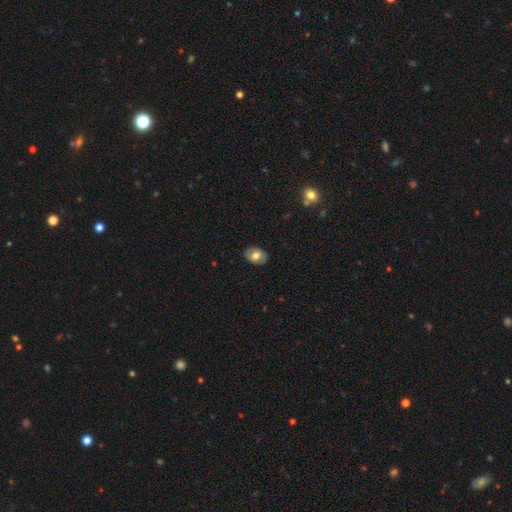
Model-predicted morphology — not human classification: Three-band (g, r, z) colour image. It shows a smooth galaxy with no disk features (68%) that is in between round and cigar-shaped (76%). Merging: none (86%).